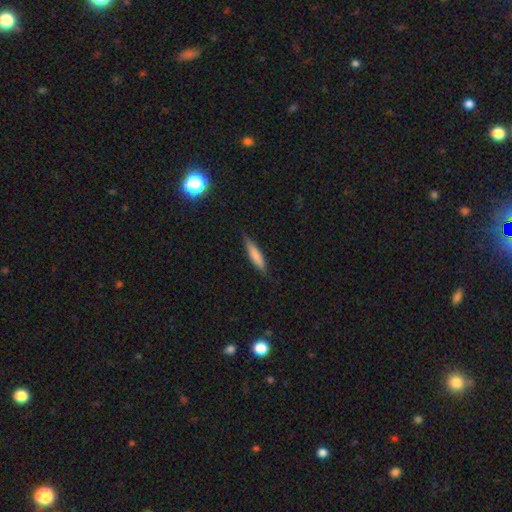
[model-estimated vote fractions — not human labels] Smooth or featured? Predicted: smooth (p=0.75). How rounded? Predicted: cigar-shaped (p=0.82). Merging? Predicted: none (p=0.84).